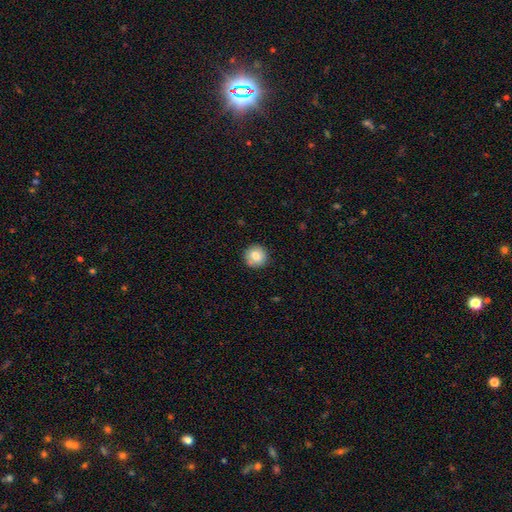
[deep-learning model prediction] smooth-or-featured: smooth: 80% | featured or disk: 11% | star or artifact: 9%
  how-rounded: round: 94% | in between: 5% | cigar-shaped: 1%
  merging: none: 87% | minor disturbance: 9% | major disturbance: 2% | merger: 2%